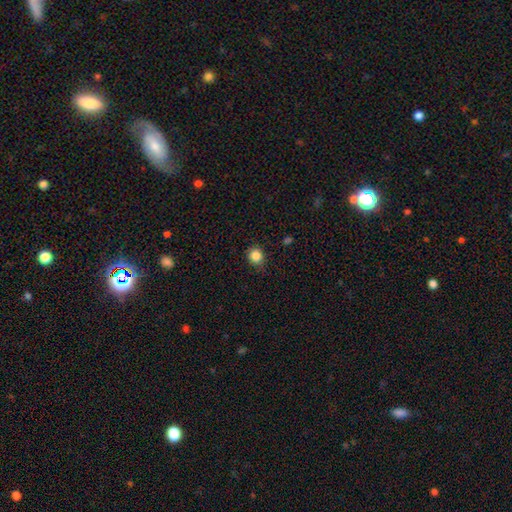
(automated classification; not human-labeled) Morphology: type=smooth (85%); roundness=round (85%); merging=none (85%).